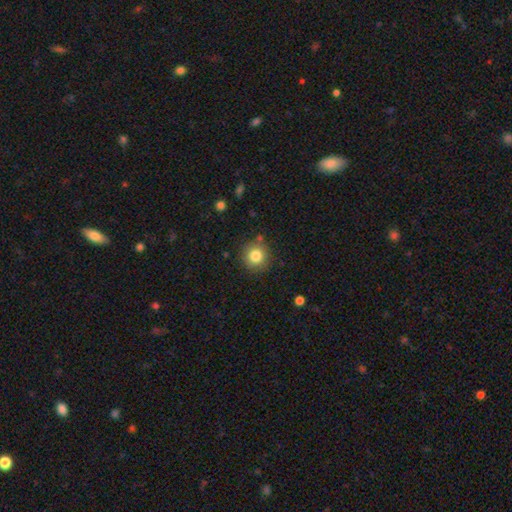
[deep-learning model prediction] This is clearly a smooth galaxy (82%). How rounded: clearly round (93%). Merging: clearly none (85%).